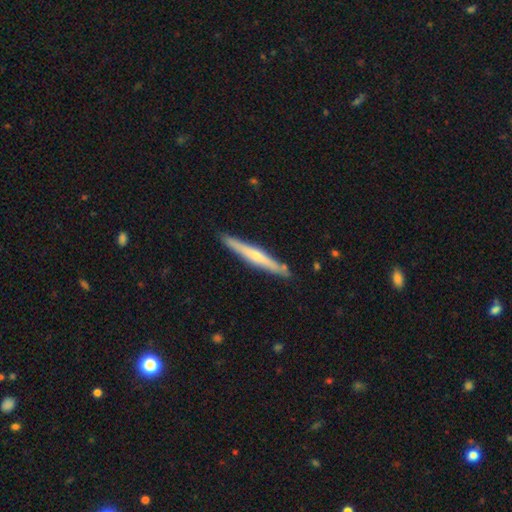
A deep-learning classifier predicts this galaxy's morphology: A featured or disk galaxy (55%) viewed edge-on (96%) with a rounded central bulge (54%).

Vote fractions:
- Smooth or featured? featured or disk: 55% / smooth: 40% / star or artifact: 5%
- Edge-on disk? yes: 96% / no: 4%
- Edge-on bulge? rounded: 54% / none: 37% / boxy: 9%
- Merging? none: 87% / minor disturbance: 9% / merger: 2% / major disturbance: 2%